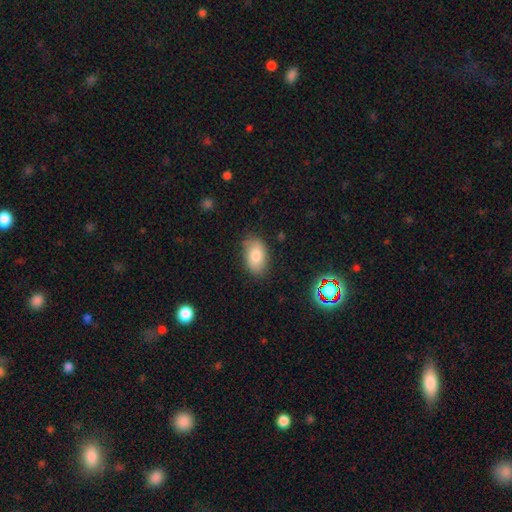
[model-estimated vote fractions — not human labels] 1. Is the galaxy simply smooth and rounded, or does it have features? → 81% smooth, 11% featured or disk, 8% star or artifact.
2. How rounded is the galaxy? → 92% in between, 7% round, 1% cigar-shaped.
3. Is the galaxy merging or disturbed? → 80% none, 15% minor disturbance, 3% major disturbance, 1% merger.